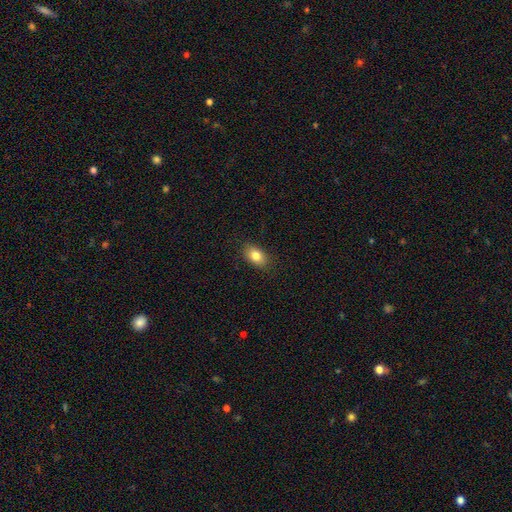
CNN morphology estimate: Smooth or featured? Predicted: smooth (p=0.82). How rounded? Predicted: in between (p=0.85). Merging? Predicted: none (p=0.87).